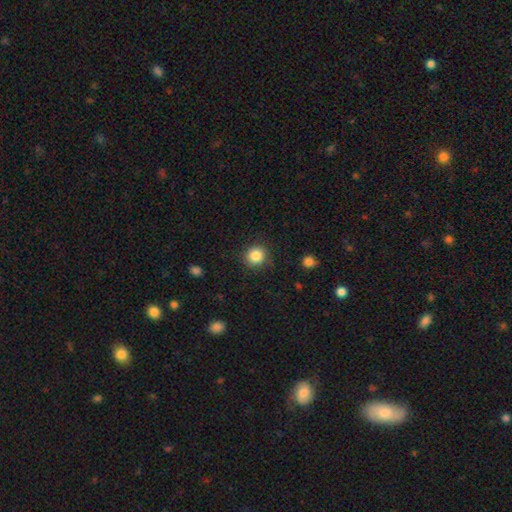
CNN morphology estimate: type=smooth (85%); roundness=round (92%); merging=none (88%).